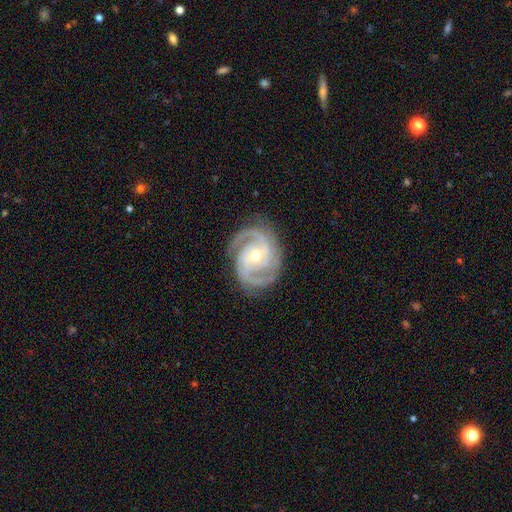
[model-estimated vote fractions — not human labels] smooth_or_featured: featured or disk (p=0.93) [alt: star or artifact p=0.04]
disk_edge_on: no (p=0.98) [alt: yes p=0.02]
bar: no (p=0.55) [alt: weak p=0.32]
has_spiral_arms: yes (p=0.99) [alt: no p=0.01]
spiral_winding: tight (p=0.56) [alt: medium p=0.40]
spiral_arm_count: 2 (p=0.44) [alt: 3 p=0.40]
bulge_size: moderate (p=0.56) [alt: small p=0.41]
merging: none (p=0.82) [alt: minor disturbance p=0.13]